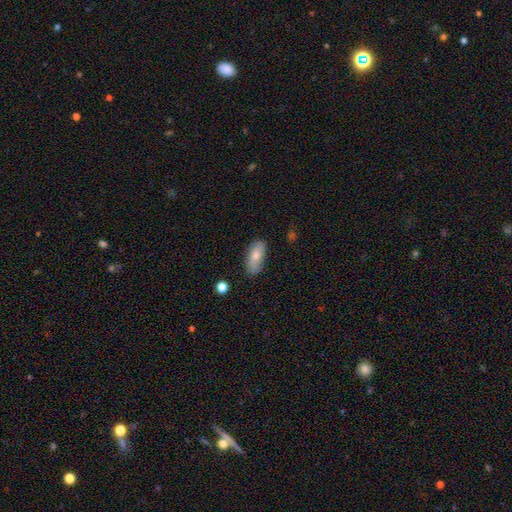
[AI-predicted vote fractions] smooth 77%, featured or disk 16%, star or artifact 7%. Down the decision tree: how rounded — in between (87%); merging — none (75%).